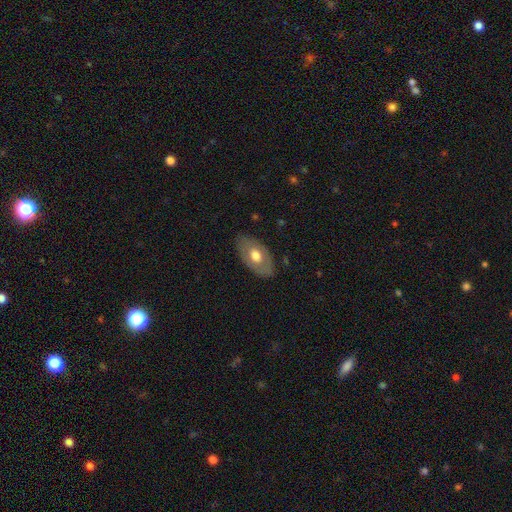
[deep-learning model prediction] Smooth or featured: smooth — 54% (featured or disk — 41%)
How rounded: in between — 91% (round — 7%)
Merging: none — 80% (minor disturbance — 15%)